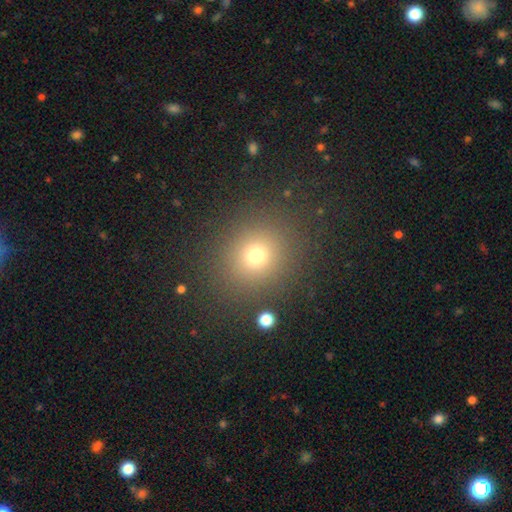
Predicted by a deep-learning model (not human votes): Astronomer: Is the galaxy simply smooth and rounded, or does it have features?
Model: smooth — 72%.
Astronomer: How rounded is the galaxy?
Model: round — 83%.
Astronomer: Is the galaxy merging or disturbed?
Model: none — 88%.